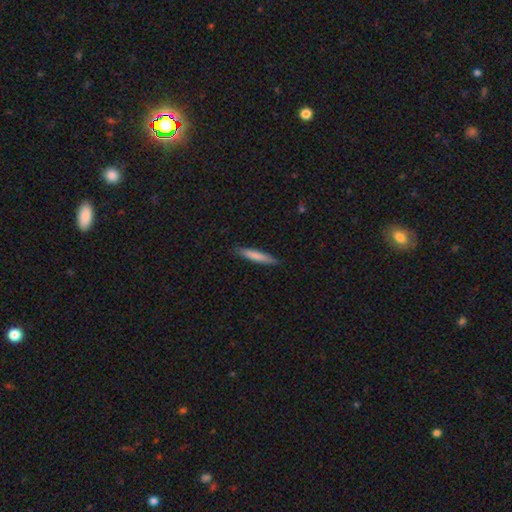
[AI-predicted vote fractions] Morphology: type=smooth (77%); roundness=cigar-shaped (92%); merging=none (88%).